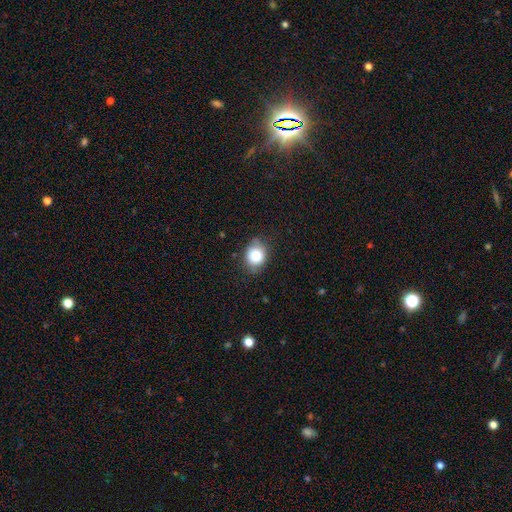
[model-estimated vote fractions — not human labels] Smooth or featured? Predicted: smooth (p=0.83). How rounded? Predicted: round (p=0.61). Merging? Predicted: none (p=0.74).